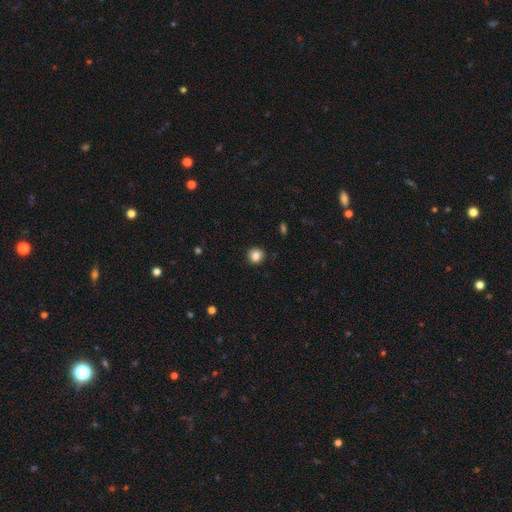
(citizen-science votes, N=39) Overall: smooth (90%). How rounded: round (94%). Merging: none (95%).